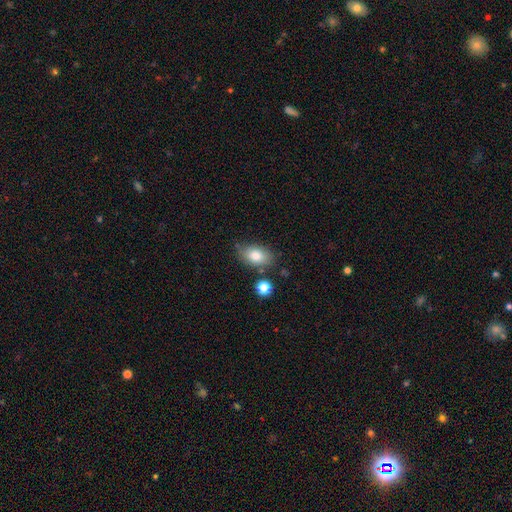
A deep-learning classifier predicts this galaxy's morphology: smooth-or-featured: smooth: 80% | featured or disk: 12% | star or artifact: 8%
  how-rounded: in between: 86% | round: 12% | cigar-shaped: 2%
  merging: none: 72% | minor disturbance: 17% | merger: 6% | major disturbance: 4%